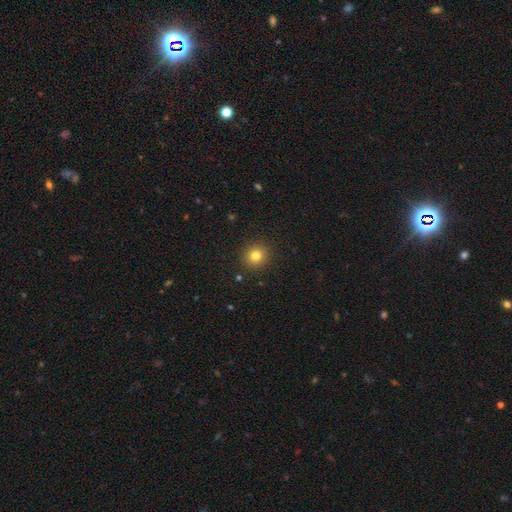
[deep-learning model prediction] Smooth or featured? Predicted: smooth (p=0.81). How rounded? Predicted: round (p=0.90). Merging? Predicted: none (p=0.91).